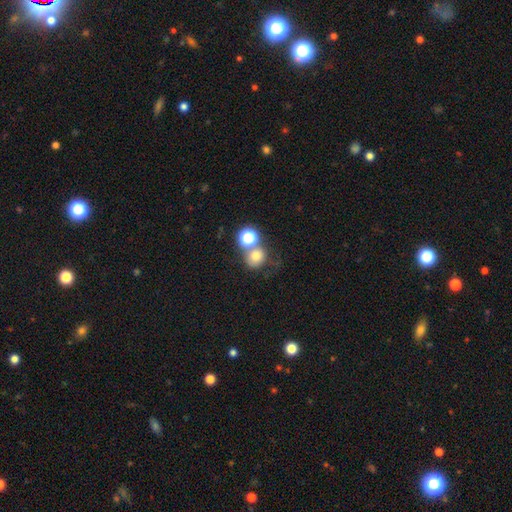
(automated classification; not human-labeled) This appears to be a smooth galaxy with no disk features (72%) that is round (78%). Merging: none (45%).